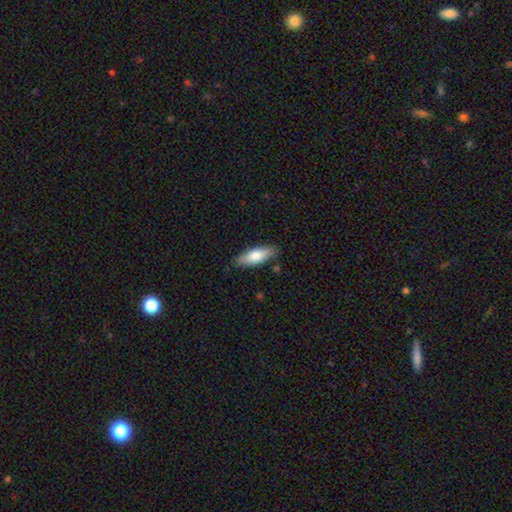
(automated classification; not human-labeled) A smooth galaxy with no disk features (77%) that is in between round and cigar-shaped (67%).

Vote fractions:
- Smooth or featured? smooth: 77% / featured or disk: 17% / star or artifact: 6%
- How rounded? in between: 67% / cigar-shaped: 31% / round: 2%
- Merging? none: 83% / minor disturbance: 13% / major disturbance: 2% / merger: 2%